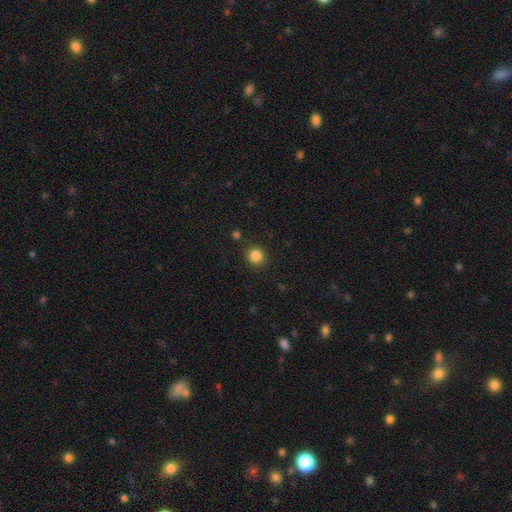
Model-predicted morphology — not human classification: Overall: smooth (85%). How rounded: round (92%). Merging: none (89%).